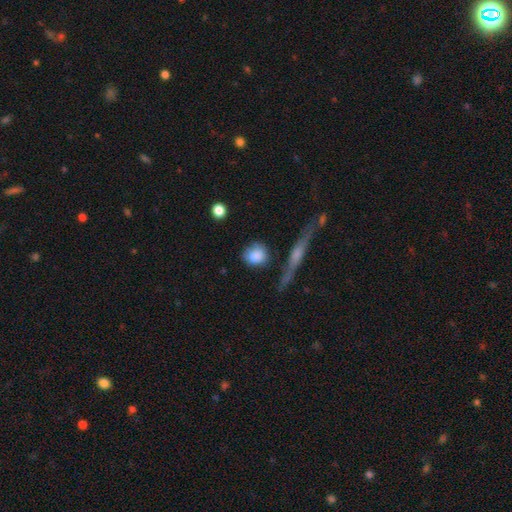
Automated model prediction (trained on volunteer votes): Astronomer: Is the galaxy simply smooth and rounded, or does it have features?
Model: smooth — 84%.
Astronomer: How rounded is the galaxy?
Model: round — 72%.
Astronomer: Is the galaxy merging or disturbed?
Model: none — 65%.